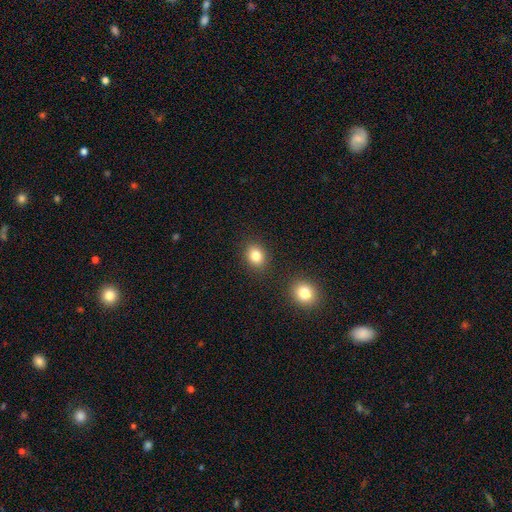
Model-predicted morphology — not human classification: This appears to be a smooth galaxy with no disk features (83%) that is round (52%). Merging: none (85%).